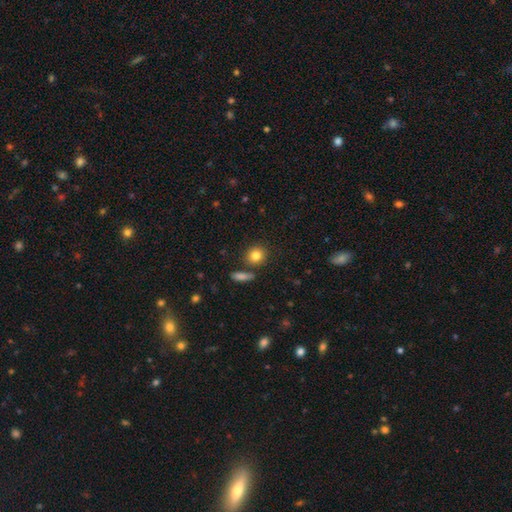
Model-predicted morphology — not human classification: Smooth or featured: smooth — 83% (star or artifact — 10%)
How rounded: round — 82% (in between — 16%)
Merging: none — 79% (minor disturbance — 9%)